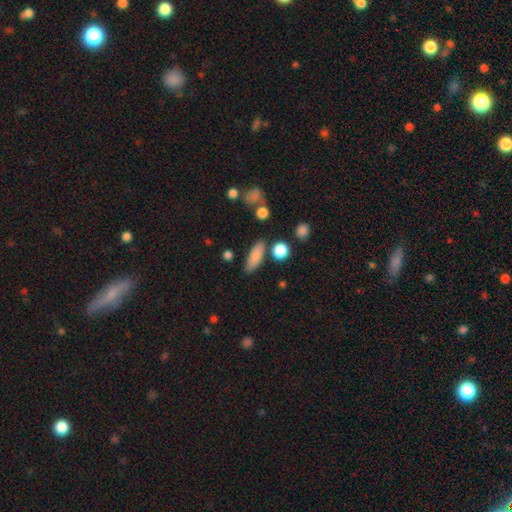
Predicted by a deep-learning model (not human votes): Q: Smooth or featured?
A: smooth (81%); runner-up: featured or disk (11%)
Q: How rounded?
A: in between (58%); runner-up: cigar-shaped (37%)
Q: Merging?
A: none (79%); runner-up: minor disturbance (12%)